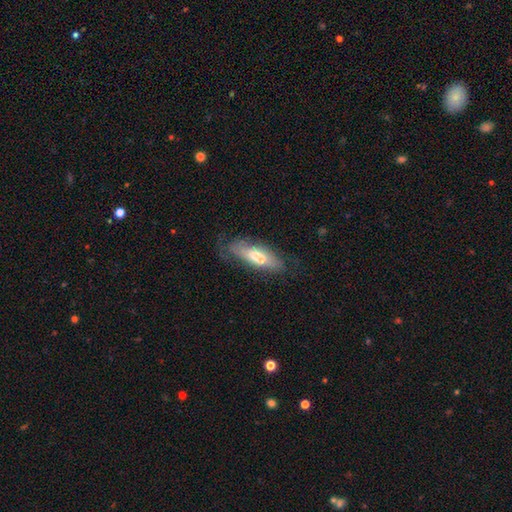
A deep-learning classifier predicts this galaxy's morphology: Smooth or featured: smooth — 56% (featured or disk — 37%)
How rounded: in between — 61% (cigar-shaped — 36%)
Merging: none — 56% (minor disturbance — 23%)